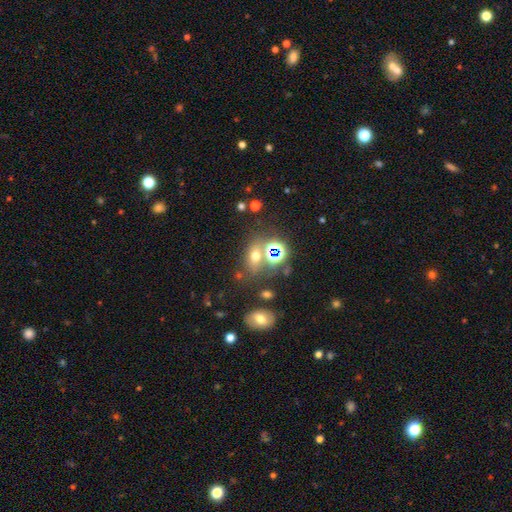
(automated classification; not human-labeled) This appears to be a smooth galaxy with no disk features (54%) that is in between round and cigar-shaped (68%). Merging: none (59%).